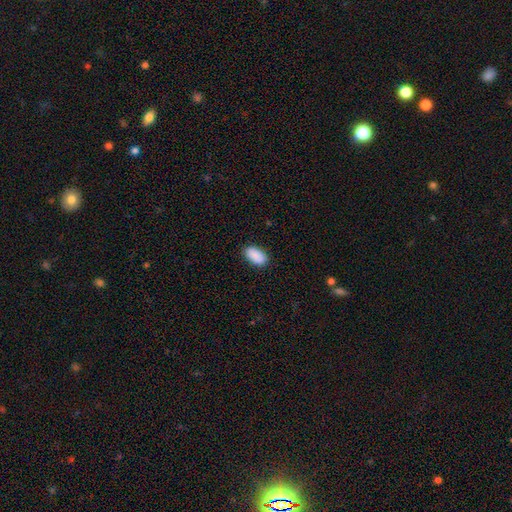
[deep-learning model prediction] The model was most divided on "merging": none: 88%, minor disturbance: 9%, major disturbance: 2%, merger: 1%. More confident: how rounded — in between (95%); smooth or featured — smooth (91%).